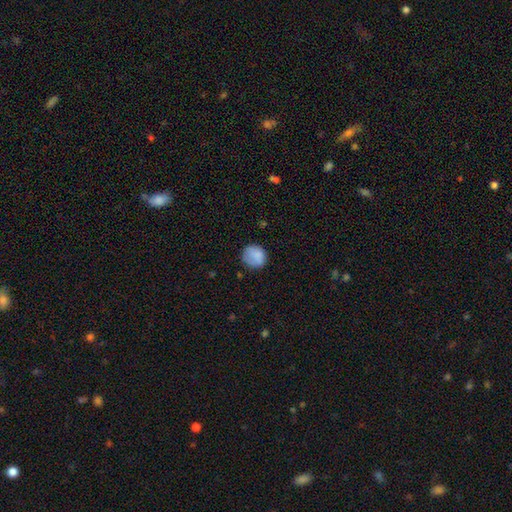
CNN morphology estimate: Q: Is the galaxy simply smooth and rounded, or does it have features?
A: smooth — 85%.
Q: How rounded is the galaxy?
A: round — 81%.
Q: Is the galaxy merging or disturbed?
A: none — 74%.